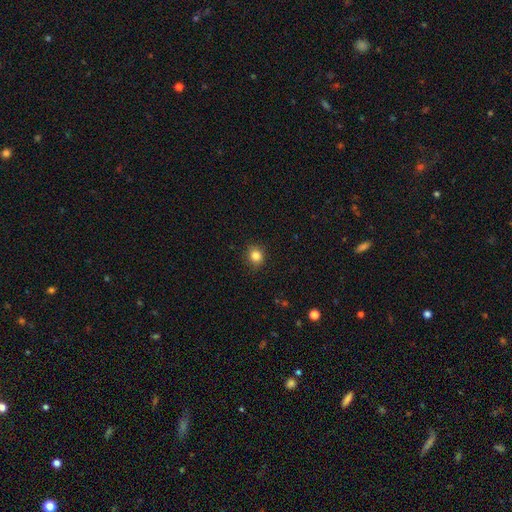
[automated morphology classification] A smooth galaxy with no disk features (84%) that is round (76%).

Vote fractions:
- Smooth or featured? smooth: 84% / star or artifact: 11% / featured or disk: 5%
- How rounded? round: 76% / in between: 23% / cigar-shaped: 1%
- Merging? none: 88% / minor disturbance: 9% / major disturbance: 2% / merger: 1%